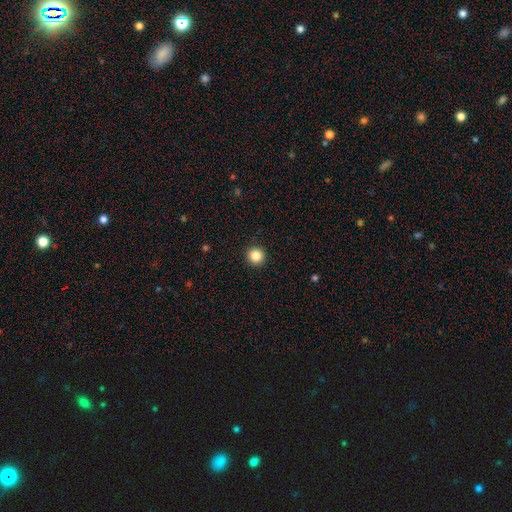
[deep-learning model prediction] Morphology: type=smooth (85%); roundness=round (95%); merging=none (93%).